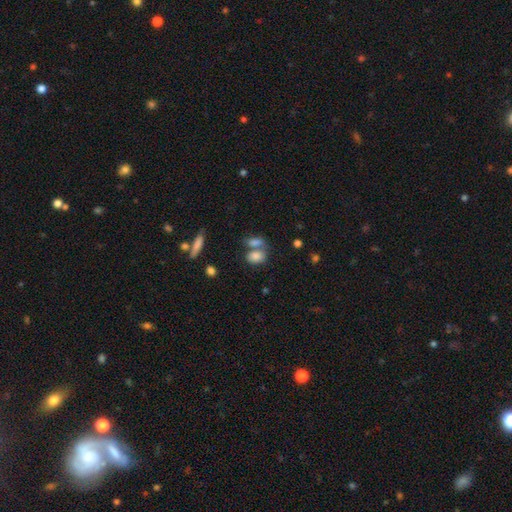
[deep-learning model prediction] Smooth or featured: smooth — 81% (featured or disk — 10%)
How rounded: in between — 78% (round — 18%)
Merging: merger — 44% (none — 39%)